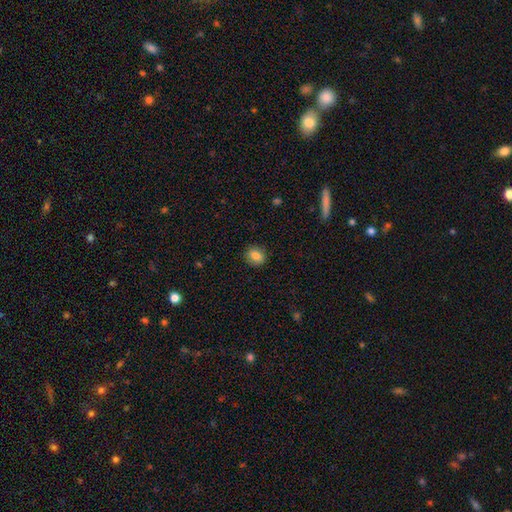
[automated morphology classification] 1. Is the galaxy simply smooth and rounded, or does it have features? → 84% smooth, 9% star or artifact, 7% featured or disk.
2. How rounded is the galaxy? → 64% round, 35% in between, 1% cigar-shaped.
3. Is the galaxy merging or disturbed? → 89% none, 8% minor disturbance, 2% major disturbance, 1% merger.